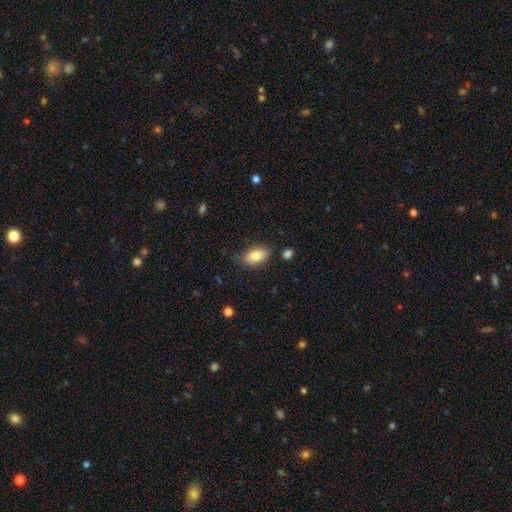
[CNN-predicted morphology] smooth-or-featured: smooth: 81% | featured or disk: 12% | star or artifact: 7%
  how-rounded: in between: 89% | cigar-shaped: 6% | round: 5%
  merging: none: 79% | minor disturbance: 15% | major disturbance: 3% | merger: 2%